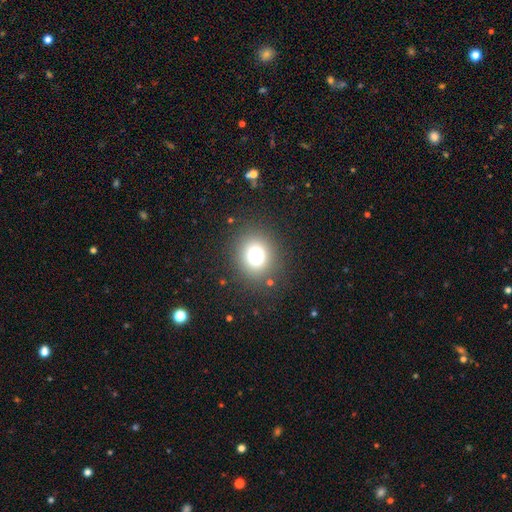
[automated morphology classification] Smooth or featured? smooth (76%)
How rounded? round (80%)
Merging? none (87%)